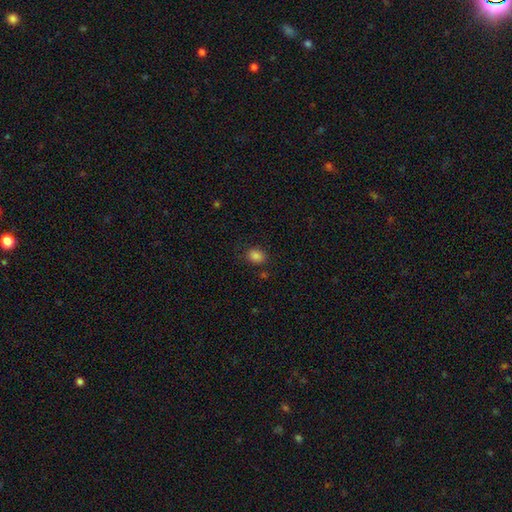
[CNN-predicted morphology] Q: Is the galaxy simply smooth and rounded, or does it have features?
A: smooth — 84%.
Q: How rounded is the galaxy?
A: in between — 57%.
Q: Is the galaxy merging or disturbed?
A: none — 81%.